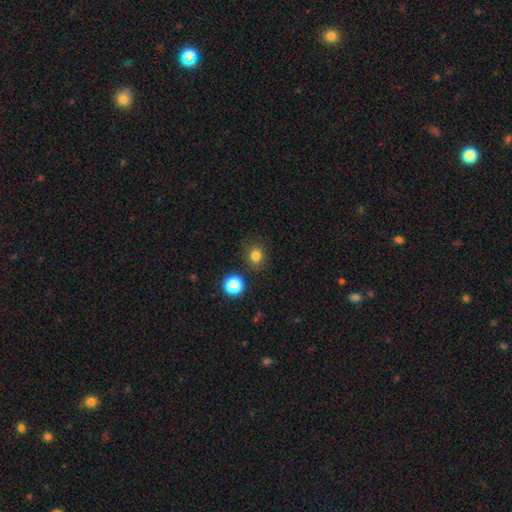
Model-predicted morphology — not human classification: Overall: smooth (80%). How rounded: round (81%). Merging: none (86%).